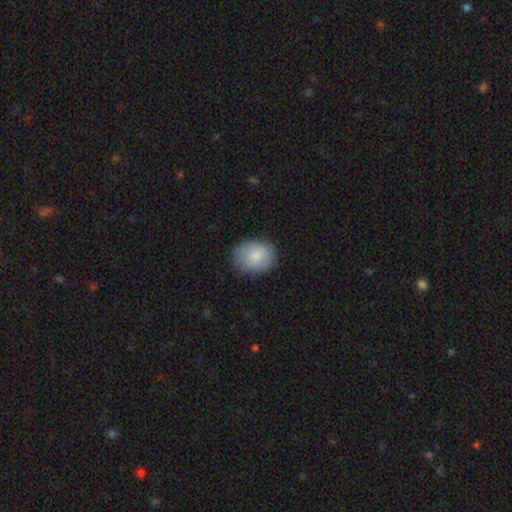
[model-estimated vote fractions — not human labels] This appears to be a smooth galaxy with no disk features (75%) that is round (56%). Merging: none (78%).